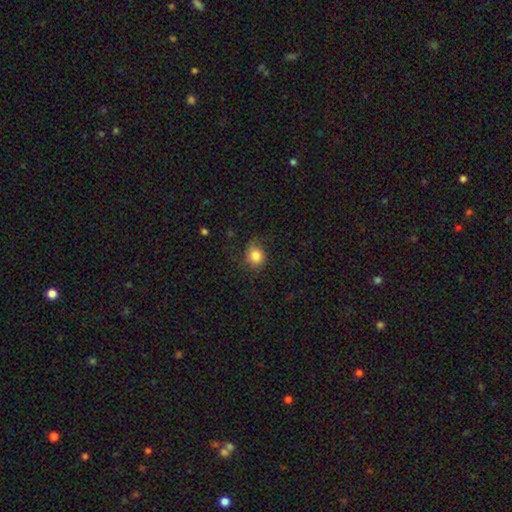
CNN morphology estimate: Q: Smooth or featured?
A: smooth (81%); runner-up: star or artifact (10%)
Q: How rounded?
A: round (74%); runner-up: in between (25%)
Q: Merging?
A: none (72%); runner-up: minor disturbance (19%)